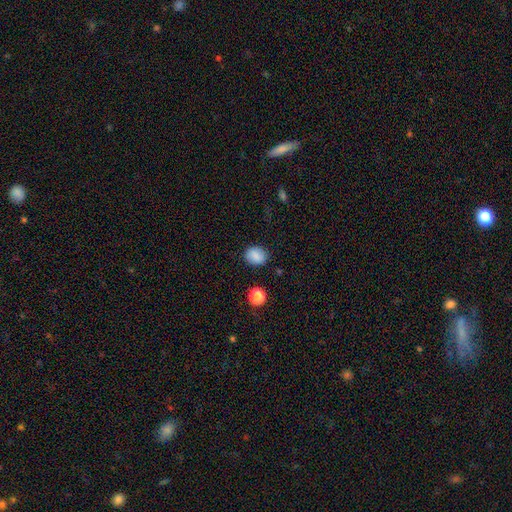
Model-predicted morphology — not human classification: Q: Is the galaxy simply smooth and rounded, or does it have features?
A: smooth — 85%.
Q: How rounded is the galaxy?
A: round — 61%.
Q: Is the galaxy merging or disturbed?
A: none — 84%.